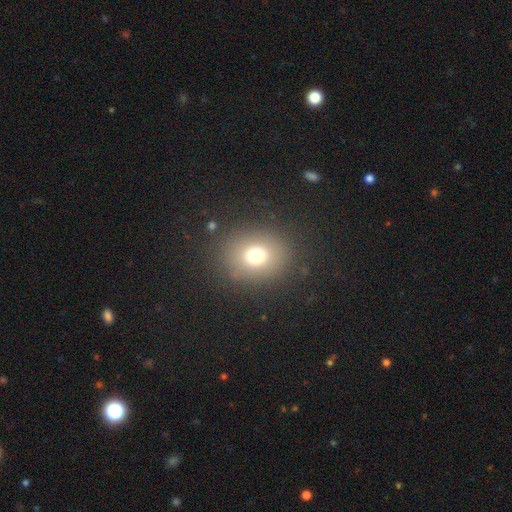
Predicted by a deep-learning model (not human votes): Smooth or featured?
  - smooth: 74% *
  - star or artifact: 15%
  - featured or disk: 11%
How rounded?
  - round: 67% *
  - in between: 32%
  - cigar-shaped: 1%
Merging?
  - none: 84% *
  - minor disturbance: 9%
  - major disturbance: 5%
  - merger: 2%